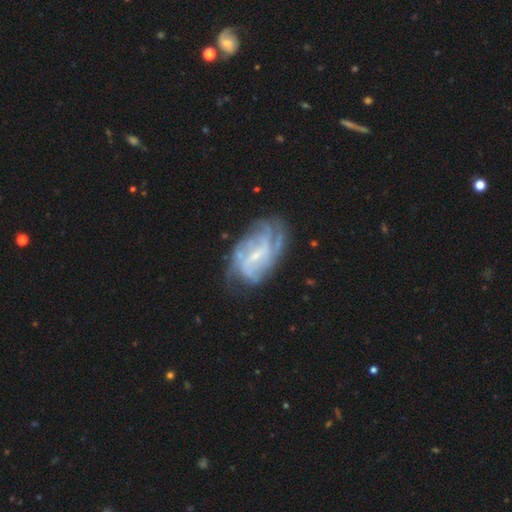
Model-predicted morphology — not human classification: A featured or disk galaxy (78%) with a weak bar (50%), tight (39%) spiral arms (84%) and a small central bulge (68%).

Vote fractions:
- Smooth or featured? featured or disk: 78% / smooth: 14% / star or artifact: 8%
- Edge-on disk? no: 96% / yes: 4%
- Bar? weak: 50% / no: 28% / strong: 22%
- Spiral arms? yes: 84% / no: 16%
- Spiral winding? tight: 39% / medium: 38% / loose: 24%
- Spiral arm count? can't tell: 46% / 2: 20% / 3: 13% / 4: 11% / more than 4: 5% / 1: 5%
- Bulge size? small: 68% / moderate: 18% / none: 11% / large: 1% / dominant: 1%
- Merging? none: 56% / minor disturbance: 25% / major disturbance: 17% / merger: 3%